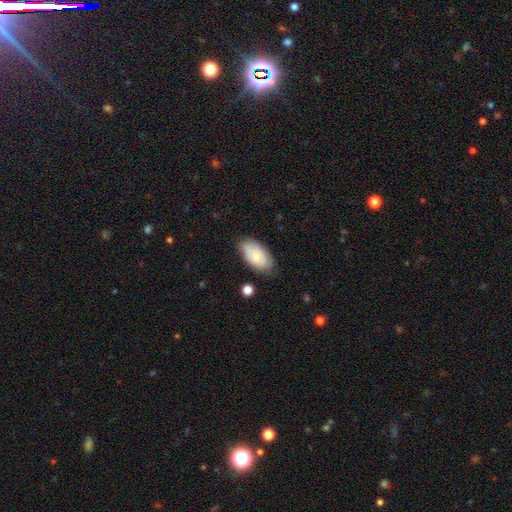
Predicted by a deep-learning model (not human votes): Overall: smooth (73%). How rounded: in between (94%). Merging: none (71%).